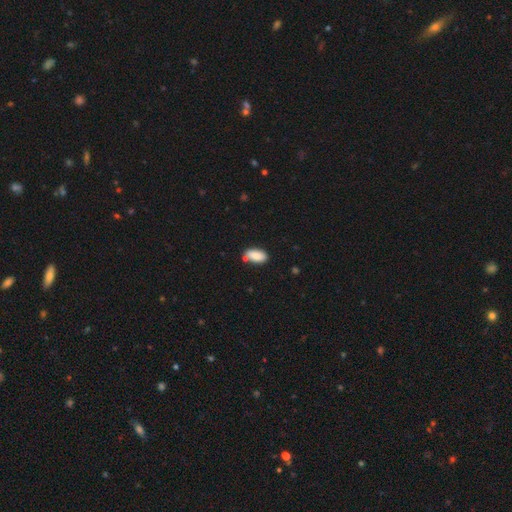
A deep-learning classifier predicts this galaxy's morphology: A smooth galaxy with no disk features (84%) that is in between round and cigar-shaped (92%).

Vote fractions:
- Smooth or featured? smooth: 84% / featured or disk: 9% / star or artifact: 7%
- How rounded? in between: 92% / cigar-shaped: 5% / round: 3%
- Merging? none: 68% / minor disturbance: 19% / merger: 10% / major disturbance: 4%